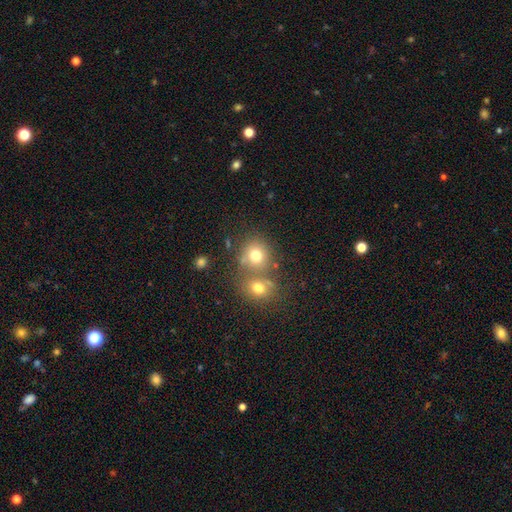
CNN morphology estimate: A smooth galaxy with no disk features (74%) that is round (82%).

Vote fractions:
- Smooth or featured? smooth: 74% / star or artifact: 14% / featured or disk: 11%
- How rounded? round: 82% / in between: 17% / cigar-shaped: 1%
- Merging? none: 54% / merger: 34% / minor disturbance: 9% / major disturbance: 4%